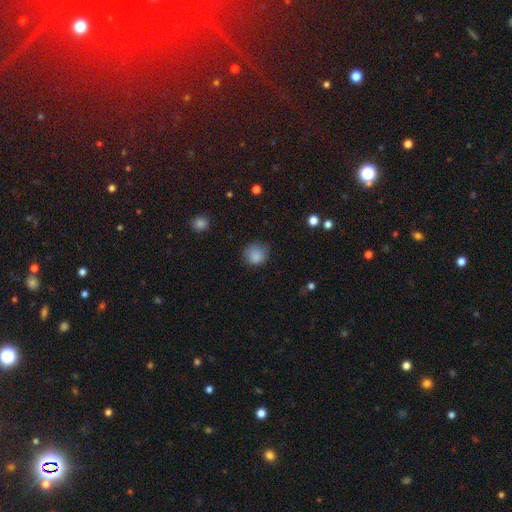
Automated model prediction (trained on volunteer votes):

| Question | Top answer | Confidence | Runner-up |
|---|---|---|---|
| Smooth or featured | smooth | 85% | star or artifact (10%) |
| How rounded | round | 84% | in between (15%) |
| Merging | none | 71% | minor disturbance (22%) |